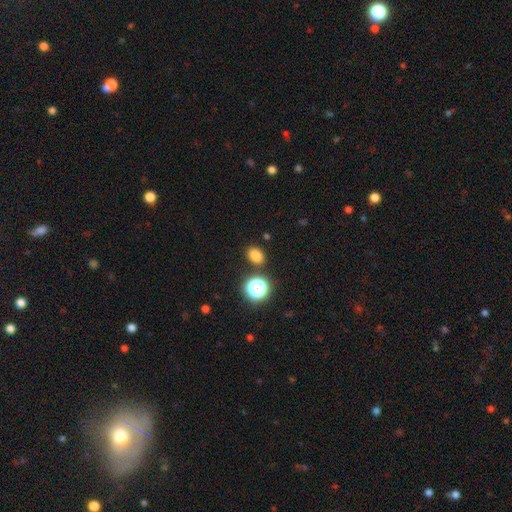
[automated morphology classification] type=smooth (79%); roundness=in between (64%); merging=none (83%).